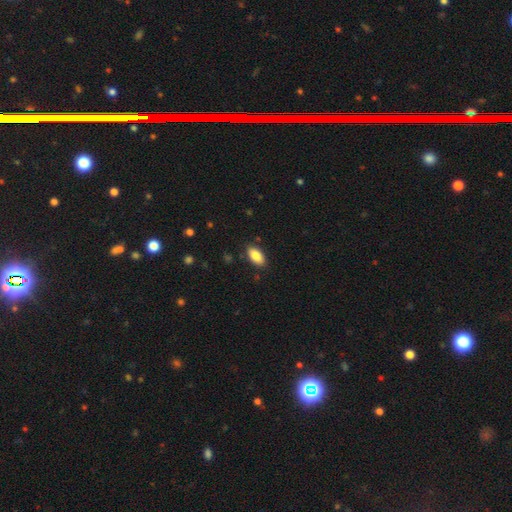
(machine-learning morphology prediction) Smooth or featured? smooth (85%)
How rounded? in between (93%)
Merging? none (86%)